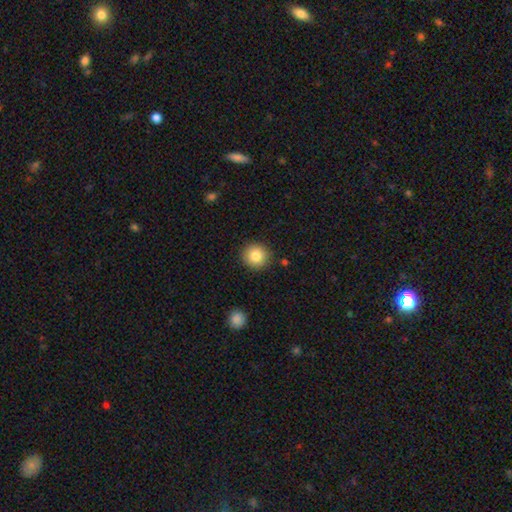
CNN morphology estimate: smooth_or_featured: smooth (p=0.84) [alt: star or artifact p=0.09]
how_rounded: round (p=0.93) [alt: in between p=0.06]
merging: none (p=0.90) [alt: minor disturbance p=0.07]